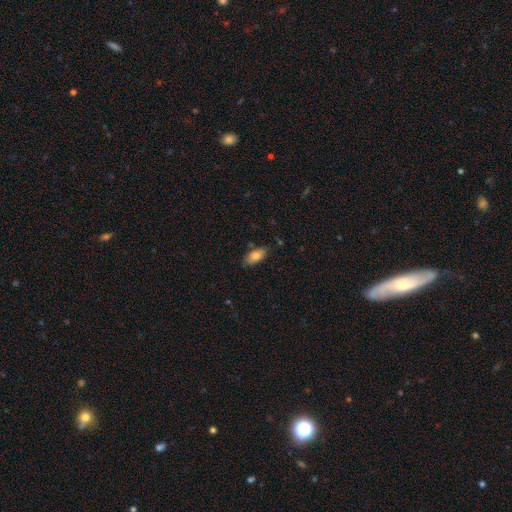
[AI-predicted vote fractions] This appears to be a smooth galaxy with no disk features (79%) that is in between round and cigar-shaped (90%). Merging: none (80%).